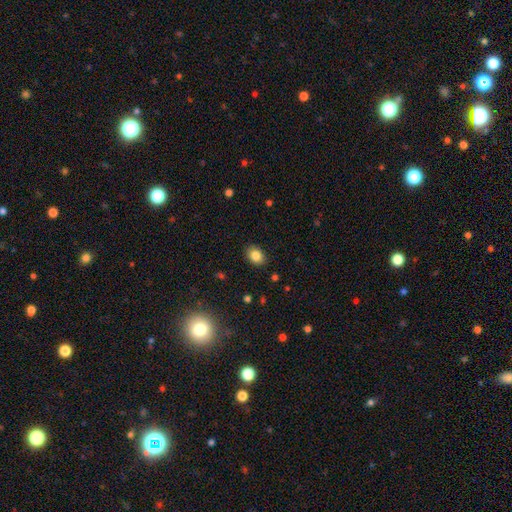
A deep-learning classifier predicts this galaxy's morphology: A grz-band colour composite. It shows a smooth galaxy with no disk features (84%) that is in between round and cigar-shaped (69%). Merging: none (88%).